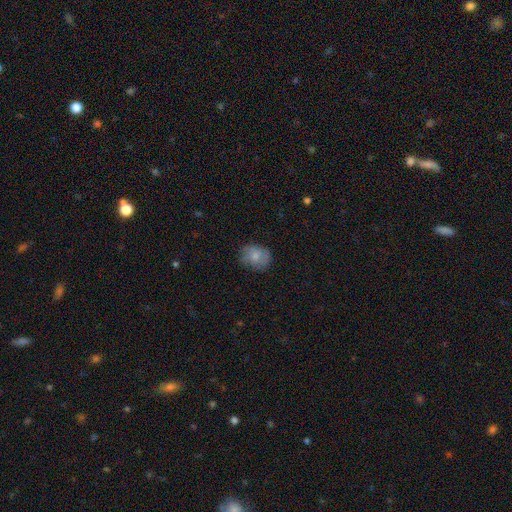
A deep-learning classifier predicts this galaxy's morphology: smooth-or-featured: smooth: 73% | featured or disk: 19% | star or artifact: 8%
  how-rounded: round: 54% | in between: 45% | cigar-shaped: 1%
  merging: none: 72% | minor disturbance: 21% | major disturbance: 6% | merger: 1%